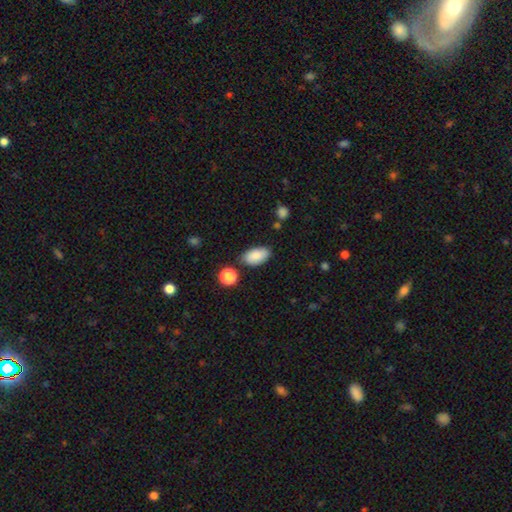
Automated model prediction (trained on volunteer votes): The model was most divided on "merging": none: 79%, minor disturbance: 13%, merger: 4%, major disturbance: 3%. More confident: how rounded — in between (94%); smooth or featured — smooth (86%).